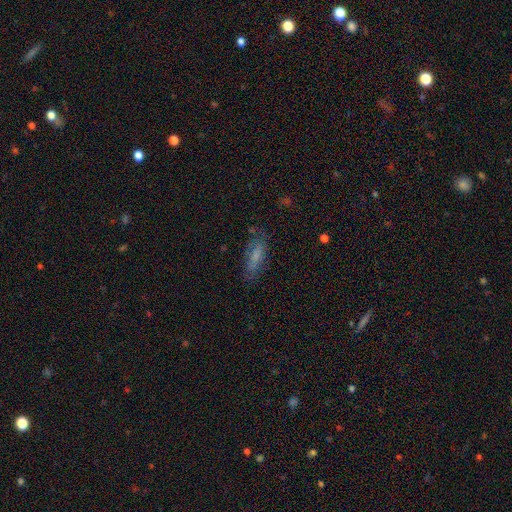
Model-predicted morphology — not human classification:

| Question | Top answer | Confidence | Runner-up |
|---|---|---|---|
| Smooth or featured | smooth | 64% | featured or disk (26%) |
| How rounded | in between | 52% | cigar-shaped (46%) |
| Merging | none | 71% | minor disturbance (19%) |